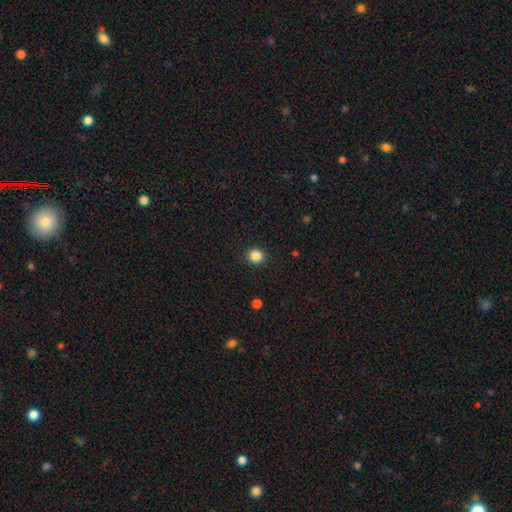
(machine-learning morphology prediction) Q: Smooth or featured?
A: smooth (85%); runner-up: star or artifact (11%)
Q: How rounded?
A: round (84%); runner-up: in between (15%)
Q: Merging?
A: none (91%); runner-up: minor disturbance (6%)